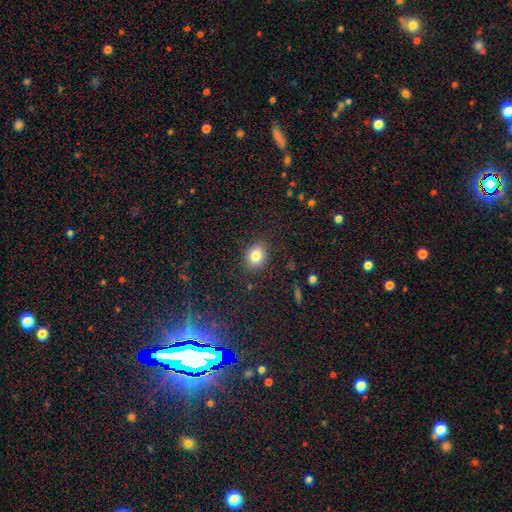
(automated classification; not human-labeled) Morphology: type=smooth (82%); roundness=in between (60%); merging=none (85%).